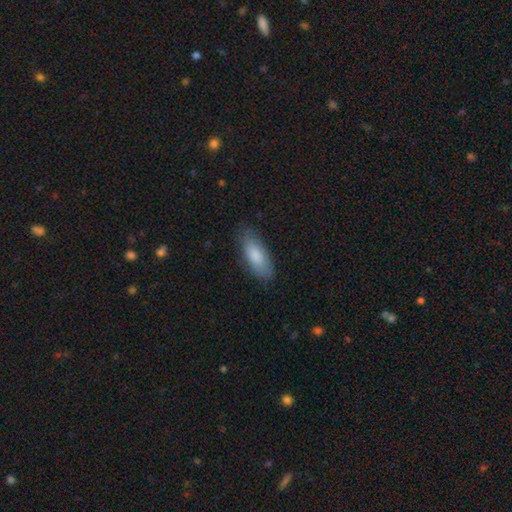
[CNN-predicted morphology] smooth 83%, featured or disk 11%, star or artifact 6%. Down the decision tree: how rounded — in between (76%); merging — none (80%).